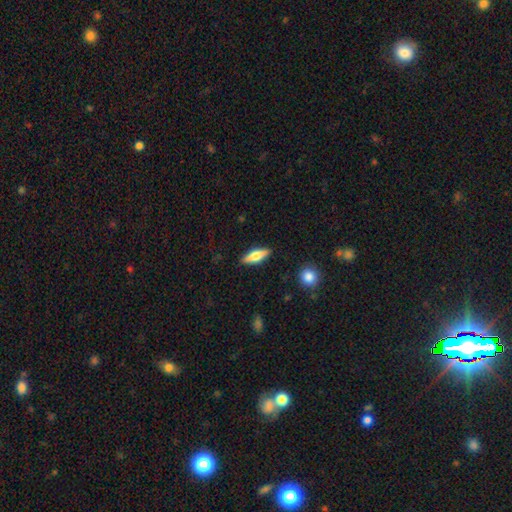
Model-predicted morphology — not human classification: smooth-or-featured: smooth: 53% | featured or disk: 41% | star or artifact: 6%
  how-rounded: cigar-shaped: 49% | in between: 48% | round: 3%
  merging: none: 88% | minor disturbance: 8% | major disturbance: 2% | merger: 1%